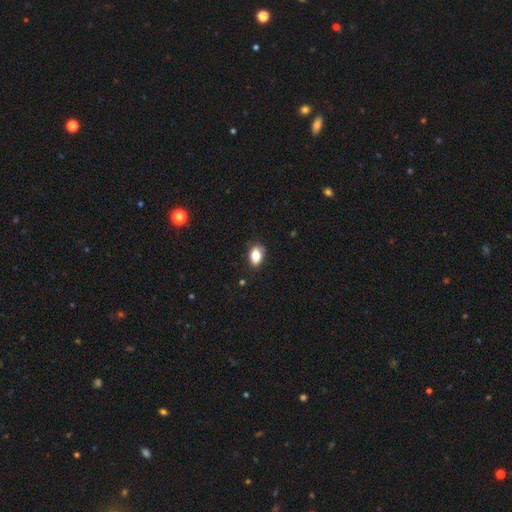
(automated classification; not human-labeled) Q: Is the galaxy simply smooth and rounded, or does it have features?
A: smooth — 81%.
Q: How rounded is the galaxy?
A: in between — 85%.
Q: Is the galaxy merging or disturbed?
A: none — 78%.